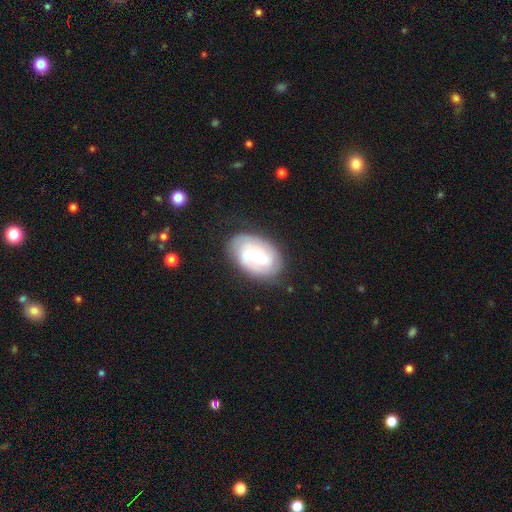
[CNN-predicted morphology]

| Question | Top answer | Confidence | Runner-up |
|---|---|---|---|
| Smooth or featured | featured or disk | 72% | smooth (22%) |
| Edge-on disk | no | 96% | yes (4%) |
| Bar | weak | 44% | strong (40%) |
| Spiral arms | yes | 86% | no (14%) |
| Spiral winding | tight | 51% | medium (34%) |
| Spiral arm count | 2 | 62% | can't tell (21%) |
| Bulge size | moderate | 58% | small (23%) |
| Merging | none | 77% | minor disturbance (16%) |